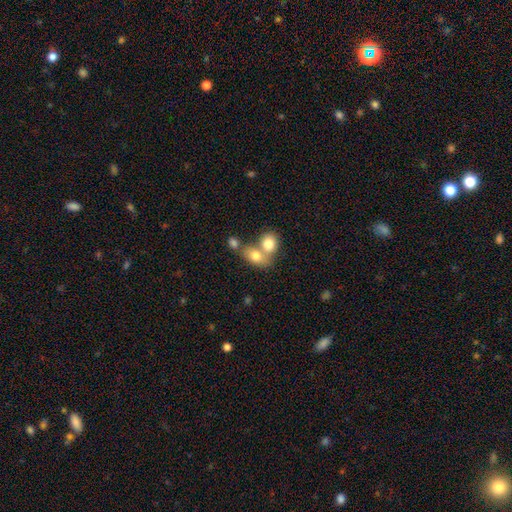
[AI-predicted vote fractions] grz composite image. It shows a smooth galaxy with no disk features (75%) that is in between round and cigar-shaped (60%). Merging: merger (62%).